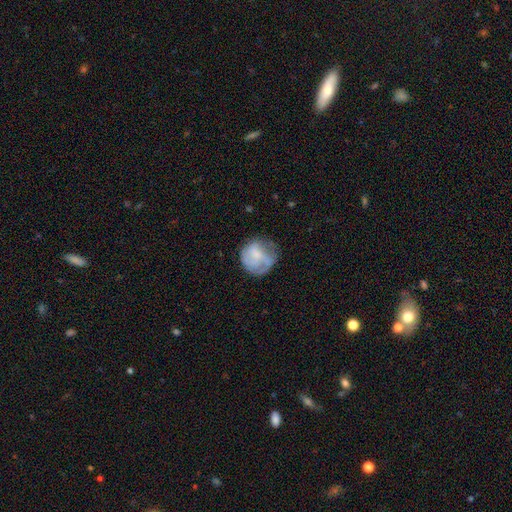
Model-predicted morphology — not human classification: smooth 49%, featured or disk 43%, star or artifact 8%. Down the decision tree: merging — none (55%).